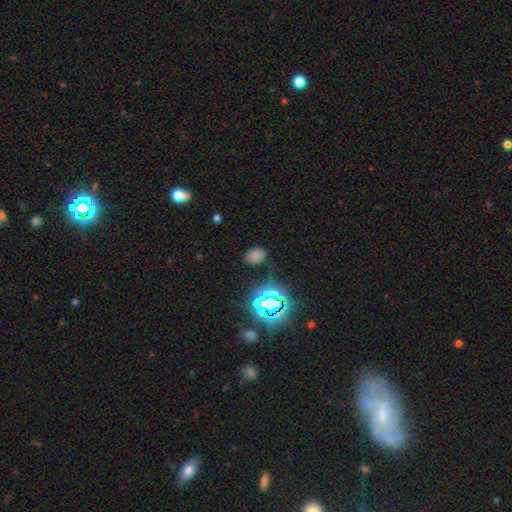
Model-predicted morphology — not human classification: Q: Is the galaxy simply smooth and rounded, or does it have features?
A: smooth — 64%.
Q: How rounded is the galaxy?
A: in between — 69%.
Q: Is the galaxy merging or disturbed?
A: none — 78%.